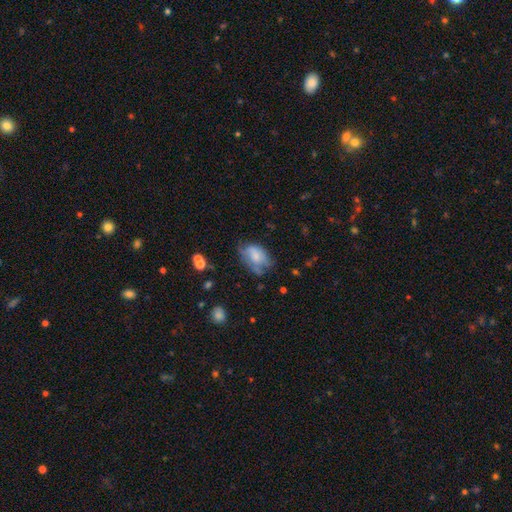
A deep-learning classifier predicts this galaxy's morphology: Overall: smooth (59%; featured or disk 32%). How rounded: in between (84%). Merging: none (40%; minor disturbance 35%).